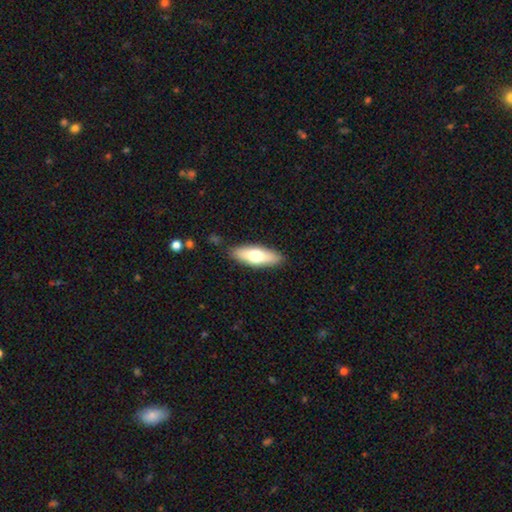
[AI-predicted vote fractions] Smooth or featured: smooth — 65% (featured or disk — 30%)
How rounded: in between — 60% (cigar-shaped — 38%)
Merging: none — 87% (minor disturbance — 10%)